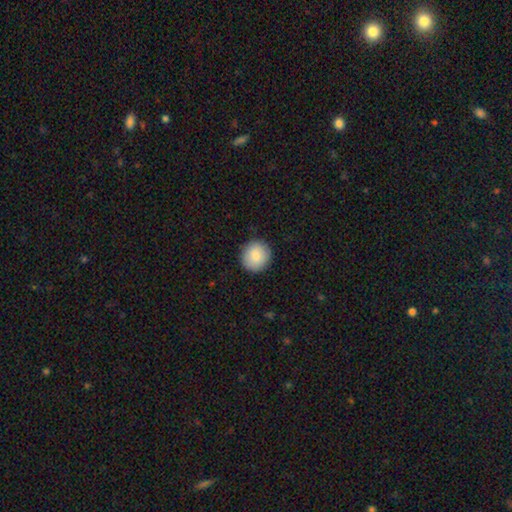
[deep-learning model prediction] Morphology: type=smooth (84%); roundness=round (92%); merging=none (91%).